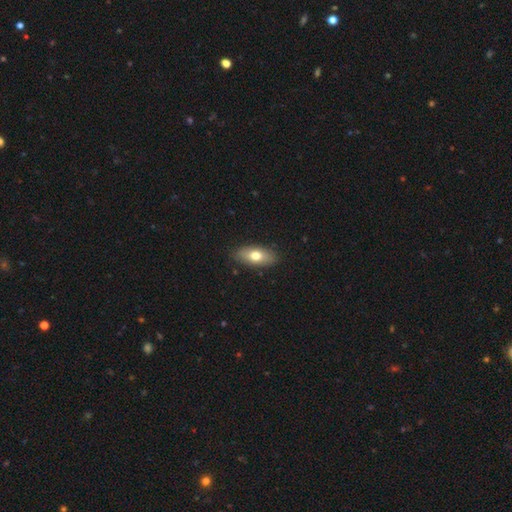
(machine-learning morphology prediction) A smooth galaxy with no disk features (71%) that is in between round and cigar-shaped (85%).

Vote fractions:
- Smooth or featured? smooth: 71% / featured or disk: 22% / star or artifact: 7%
- How rounded? in between: 85% / cigar-shaped: 10% / round: 5%
- Merging? none: 87% / minor disturbance: 10% / major disturbance: 2% / merger: 1%